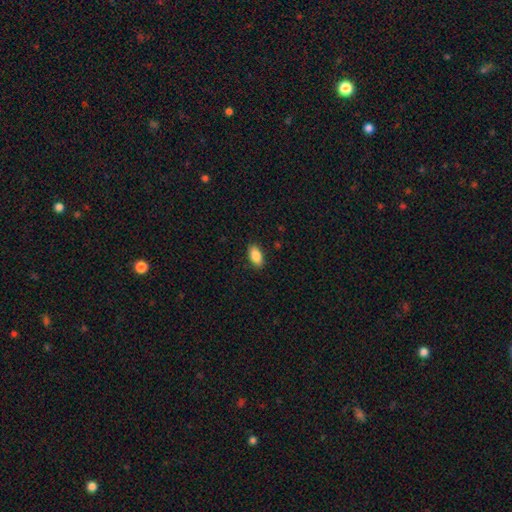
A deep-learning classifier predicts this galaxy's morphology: smooth-or-featured: smooth: 88% | star or artifact: 7% | featured or disk: 5%
  how-rounded: in between: 92% | round: 4% | cigar-shaped: 4%
  merging: none: 87% | minor disturbance: 10% | major disturbance: 2% | merger: 1%